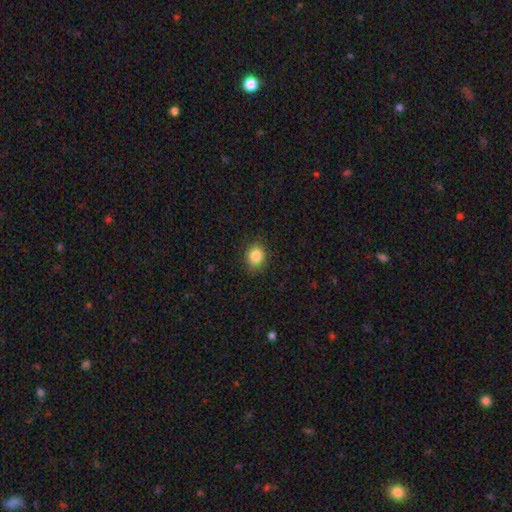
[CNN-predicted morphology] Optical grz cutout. It shows a smooth galaxy with no disk features (85%) that is round (60%). Merging: none (85%).